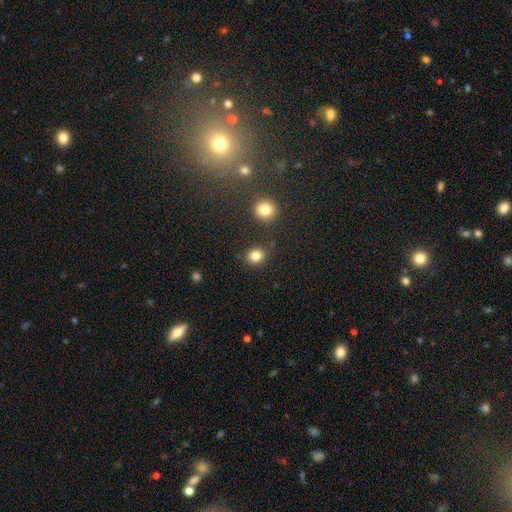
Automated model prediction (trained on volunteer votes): Q: Smooth or featured?
A: smooth (83%); runner-up: star or artifact (12%)
Q: How rounded?
A: round (78%); runner-up: in between (21%)
Q: Merging?
A: none (83%); runner-up: minor disturbance (10%)